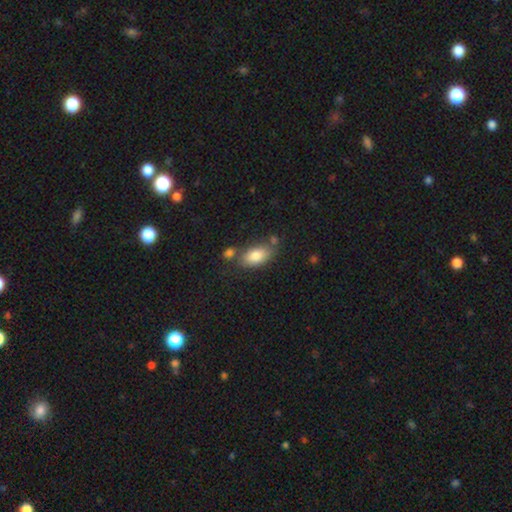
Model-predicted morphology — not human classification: This is clearly a smooth galaxy (82%). How rounded: clearly in between (90%). Merging: likely none (63%).